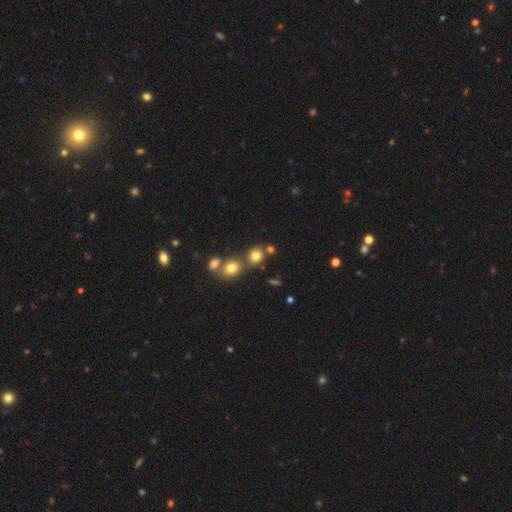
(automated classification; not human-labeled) smooth-or-featured: smooth: 77% | star or artifact: 15% | featured or disk: 8%
  how-rounded: round: 78% | in between: 20% | cigar-shaped: 1%
  merging: none: 60% | merger: 27% | minor disturbance: 9% | major disturbance: 4%